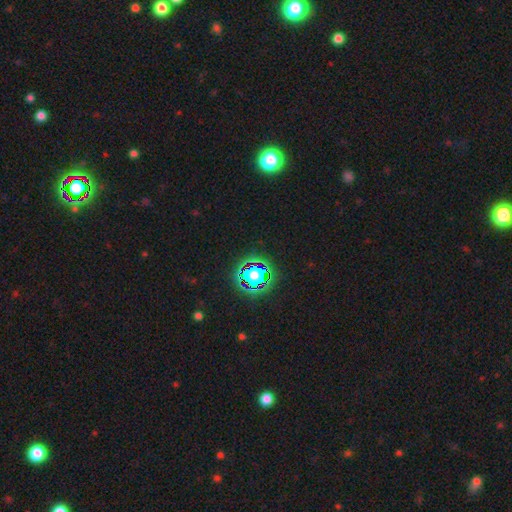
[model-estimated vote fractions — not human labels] smooth-or-featured: star or artifact: 81% | smooth: 12% | featured or disk: 7%